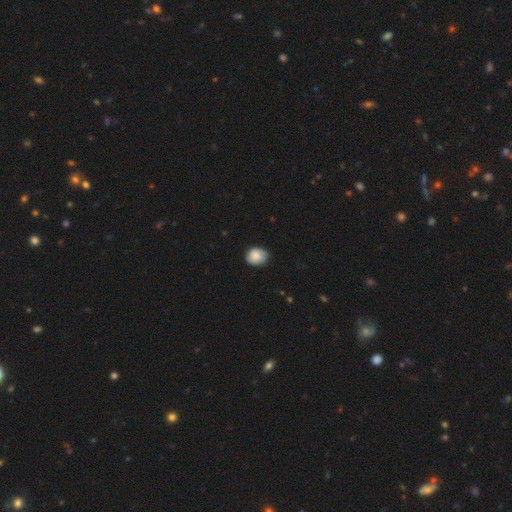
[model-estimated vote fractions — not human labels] Smooth or featured? Predicted: smooth (p=0.85). How rounded? Predicted: round (p=0.56). Merging? Predicted: none (p=0.77).